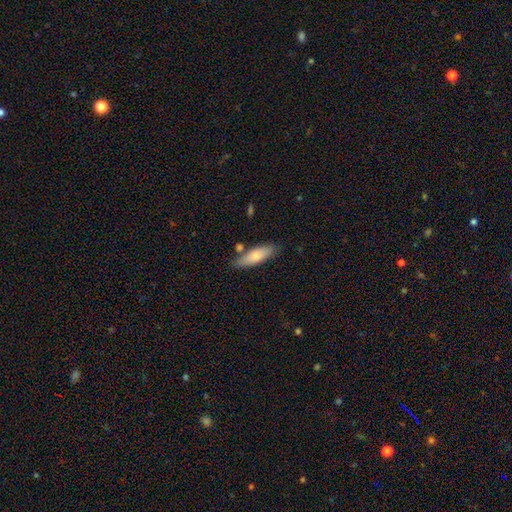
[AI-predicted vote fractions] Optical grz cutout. It shows a smooth galaxy with no disk features (74%) that is in between round and cigar-shaped (51%). Merging: none (74%).